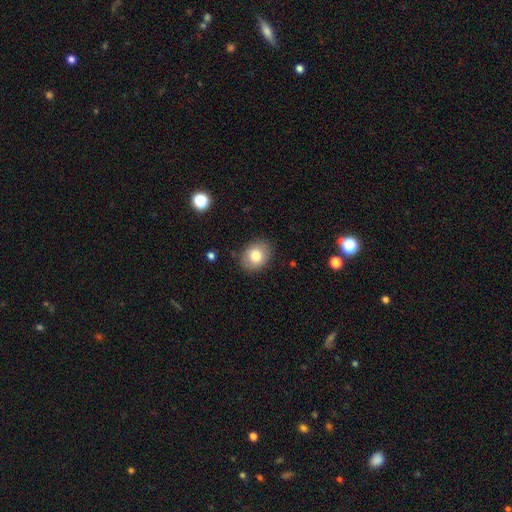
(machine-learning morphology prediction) Smooth or featured? Predicted: smooth (p=0.81). How rounded? Predicted: in between (p=0.52). Merging? Predicted: none (p=0.86).